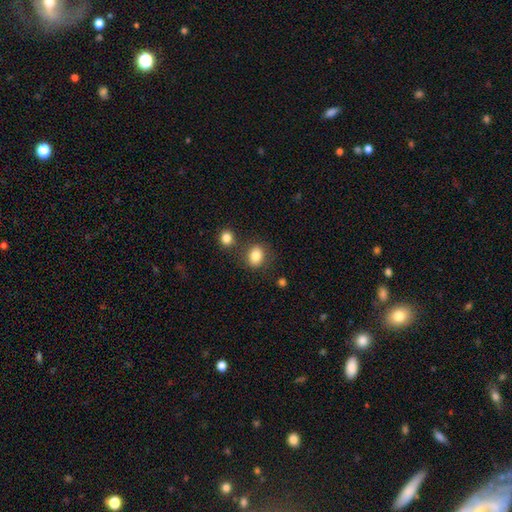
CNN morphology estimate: Smooth or featured? smooth (84%)
How rounded? in between (57%)
Merging? none (75%)